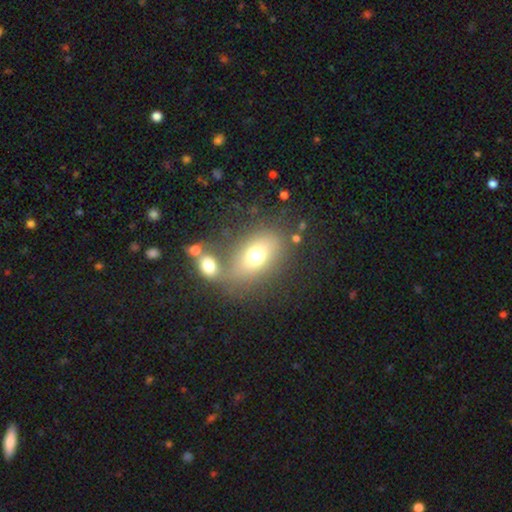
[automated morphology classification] A smooth galaxy with no disk features (69%) that is in between round and cigar-shaped (73%). Merging: none (53%).